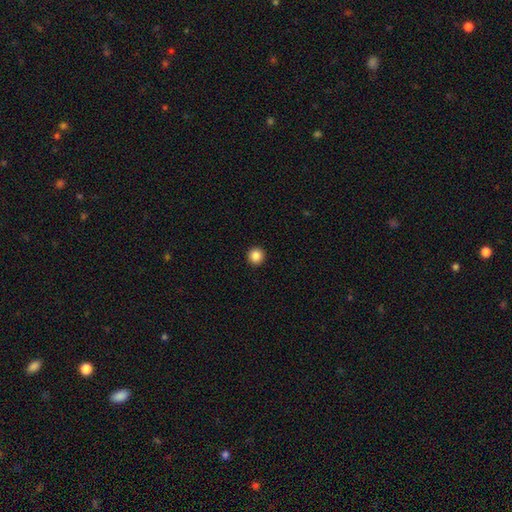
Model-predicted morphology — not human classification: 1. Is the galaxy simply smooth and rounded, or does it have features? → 86% smooth, 10% star or artifact, 4% featured or disk.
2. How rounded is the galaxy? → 95% round, 4% in between, 1% cigar-shaped.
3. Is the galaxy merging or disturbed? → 94% none, 4% minor disturbance, 1% major disturbance, 1% merger.